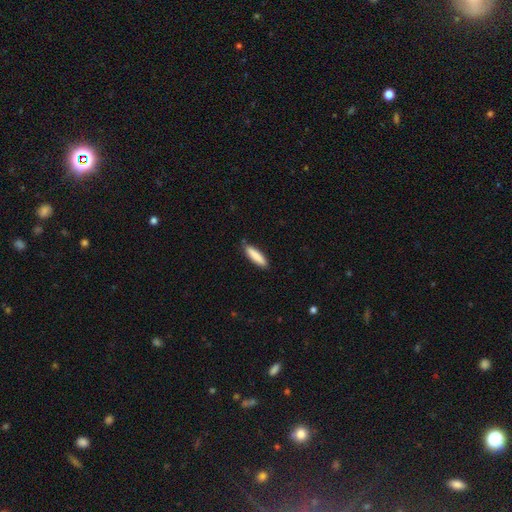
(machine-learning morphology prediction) Smooth or featured? Predicted: smooth (p=0.87). How rounded? Predicted: cigar-shaped (p=0.71). Merging? Predicted: none (p=0.86).